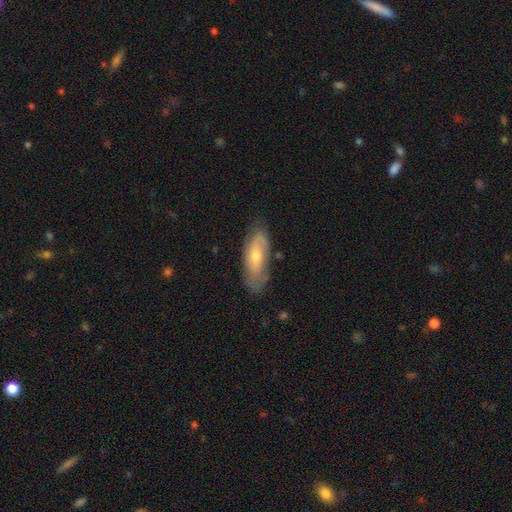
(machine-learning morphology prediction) featured or disk 53%, smooth 40%, star or artifact 7%. Down the decision tree: edge-on disk — no (81%); merging — none (69%).